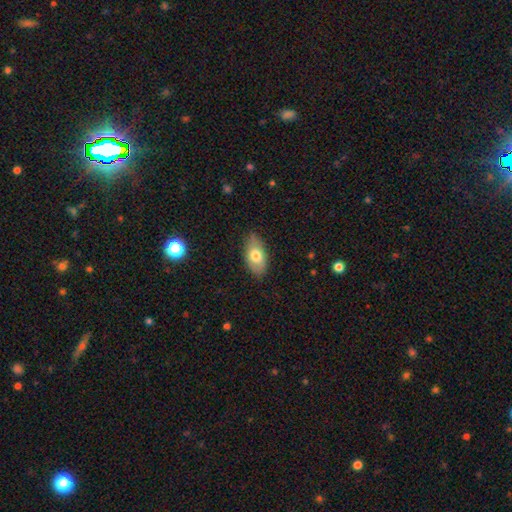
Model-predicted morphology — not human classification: smooth_or_featured: smooth (p=0.72) [alt: featured or disk p=0.21]
how_rounded: in between (p=0.91) [alt: round p=0.05]
merging: none (p=0.79) [alt: minor disturbance p=0.17]